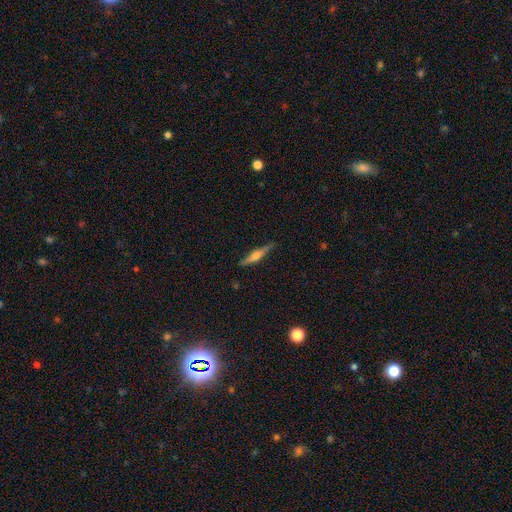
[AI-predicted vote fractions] smooth_or_featured: featured or disk (p=0.66) [alt: smooth p=0.28]
disk_edge_on: yes (p=0.97) [alt: no p=0.03]
edge_on_bulge: rounded (p=0.88) [alt: boxy p=0.07]
merging: none (p=0.86) [alt: minor disturbance p=0.10]